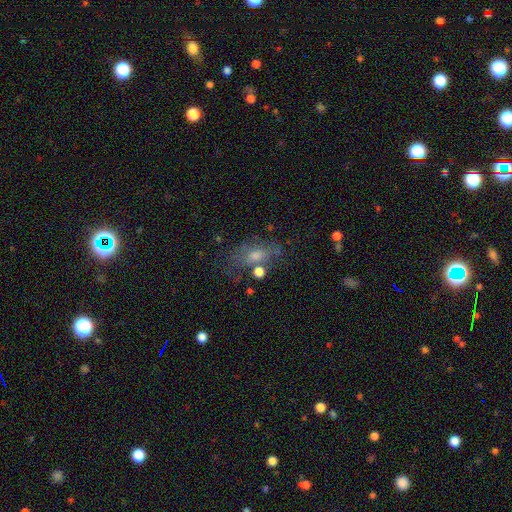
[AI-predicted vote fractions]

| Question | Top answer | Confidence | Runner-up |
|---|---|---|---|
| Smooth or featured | smooth | 47% | featured or disk (35%) |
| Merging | none | 54% | minor disturbance (21%) |